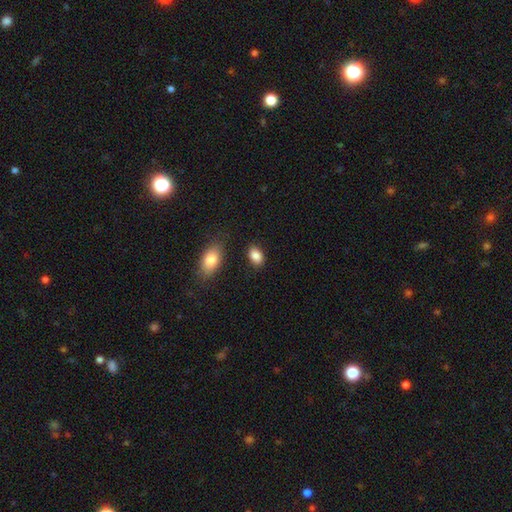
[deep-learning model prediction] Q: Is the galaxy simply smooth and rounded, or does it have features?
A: smooth — 87%.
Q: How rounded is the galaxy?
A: in between — 87%.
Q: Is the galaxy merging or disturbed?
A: none — 83%.